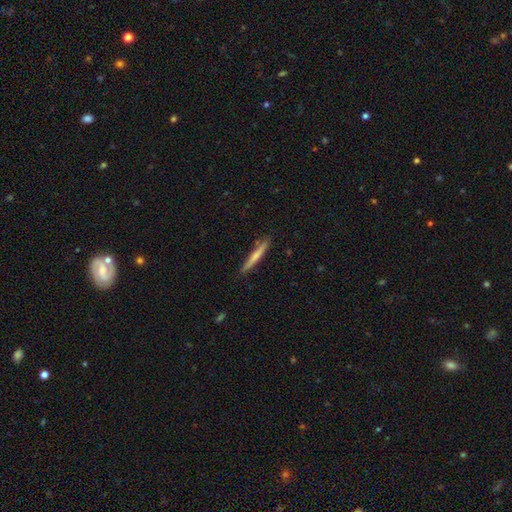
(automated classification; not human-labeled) Smooth or featured: smooth — 57% (featured or disk — 38%)
How rounded: cigar-shaped — 96% (in between — 3%)
Merging: none — 87% (minor disturbance — 9%)